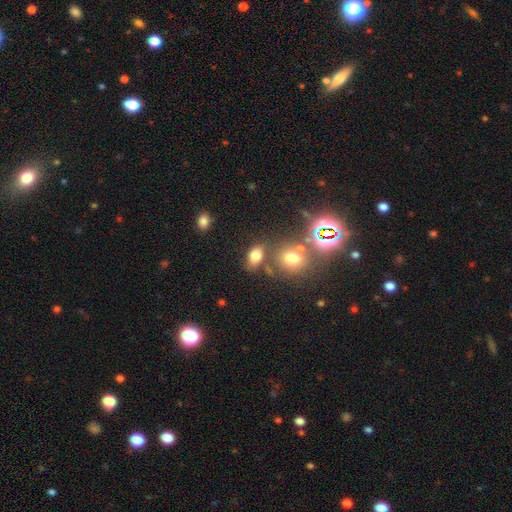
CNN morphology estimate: A smooth galaxy with no disk features (73%) that is in between round and cigar-shaped (81%). Merging: none (65%).